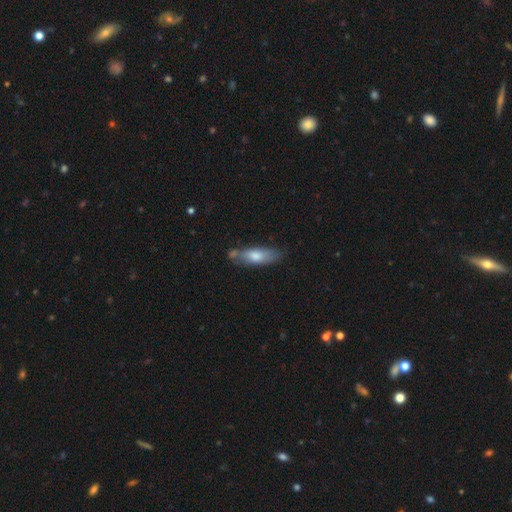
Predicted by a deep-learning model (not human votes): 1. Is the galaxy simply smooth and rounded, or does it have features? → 71% smooth, 23% featured or disk, 6% star or artifact.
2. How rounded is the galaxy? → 52% in between, 46% cigar-shaped, 2% round.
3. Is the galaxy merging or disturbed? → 60% none, 22% minor disturbance, 13% merger, 5% major disturbance.